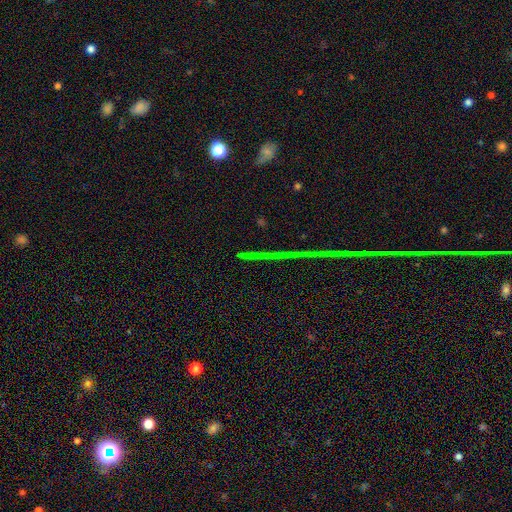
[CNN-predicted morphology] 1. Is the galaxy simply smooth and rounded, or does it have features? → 81% star or artifact, 11% featured or disk, 8% smooth.